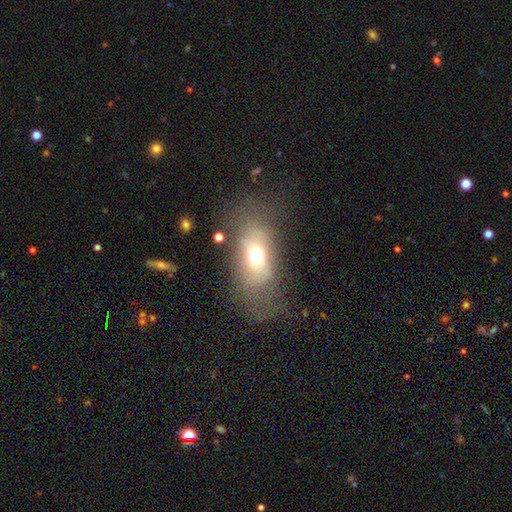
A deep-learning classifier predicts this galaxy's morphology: A smooth galaxy with no disk features (59%) that is in between round and cigar-shaped (81%).

Vote fractions:
- Smooth or featured? smooth: 59% / featured or disk: 28% / star or artifact: 13%
- How rounded? in between: 81% / round: 14% / cigar-shaped: 5%
- Merging? none: 51% / major disturbance: 25% / minor disturbance: 22% / merger: 3%